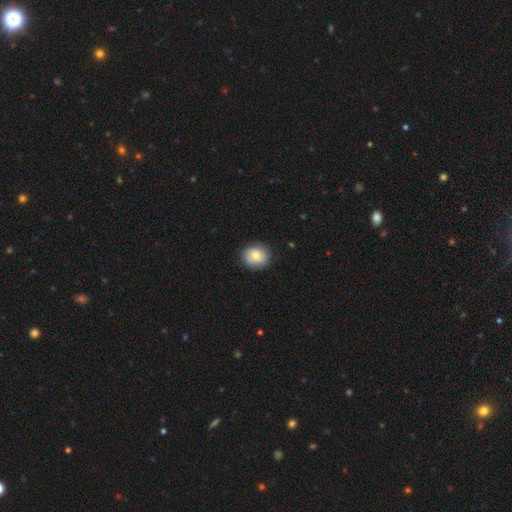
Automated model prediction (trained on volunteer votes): Smooth or featured?
  - smooth: 78% *
  - featured or disk: 14%
  - star or artifact: 8%
How rounded?
  - round: 71% *
  - in between: 28%
  - cigar-shaped: 1%
Merging?
  - none: 85% *
  - minor disturbance: 12%
  - major disturbance: 3%
  - merger: 1%